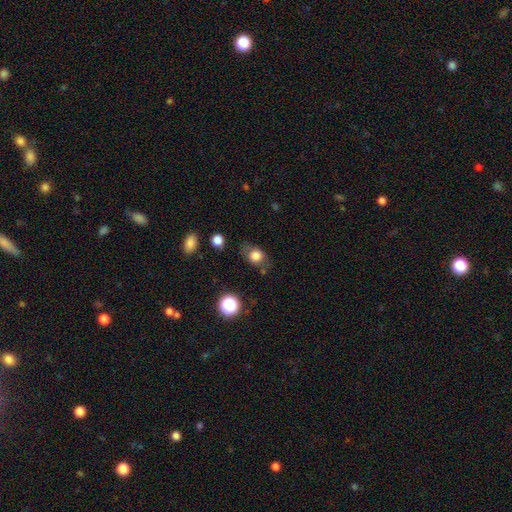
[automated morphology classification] smooth_or_featured: smooth (p=0.76) [alt: featured or disk p=0.13]
how_rounded: in between (p=0.53) [alt: round p=0.46]
merging: none (p=0.66) [alt: minor disturbance p=0.22]